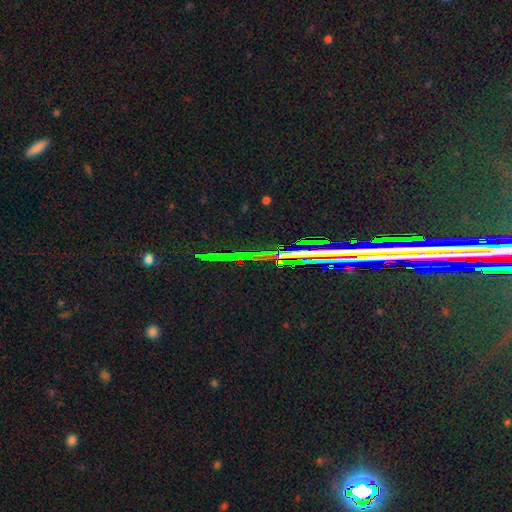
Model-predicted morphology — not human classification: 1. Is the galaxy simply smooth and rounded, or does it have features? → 84% star or artifact, 8% featured or disk, 7% smooth.